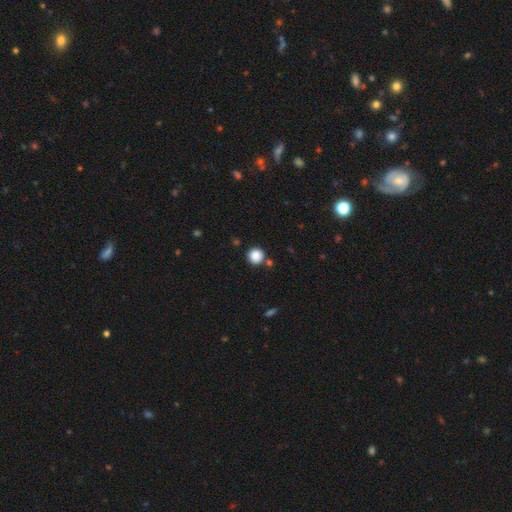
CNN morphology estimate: A smooth galaxy with no disk features (86%) that is round (93%). Merging: none (82%).